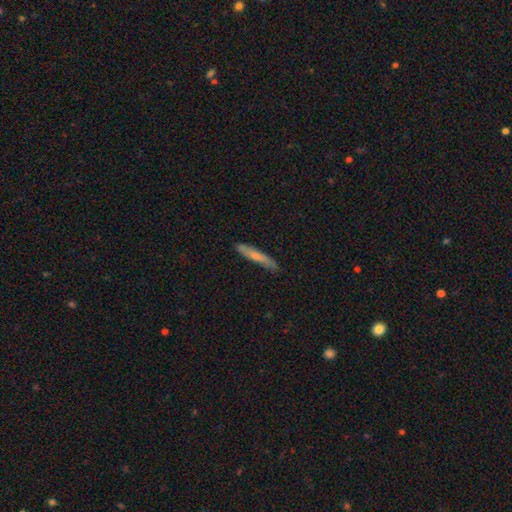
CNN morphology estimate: A smooth galaxy with no disk features (66%) that is cigar-shaped (93%). Merging: none (81%).